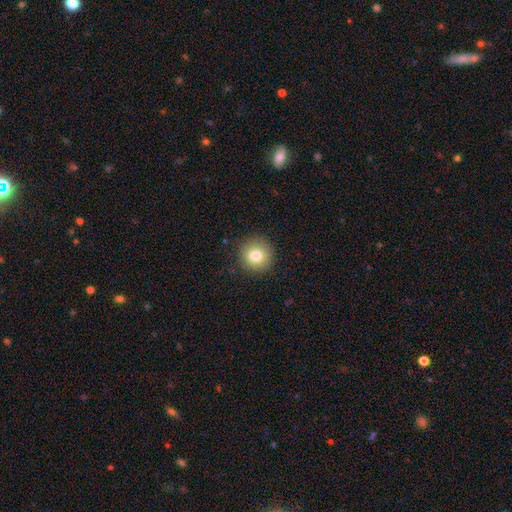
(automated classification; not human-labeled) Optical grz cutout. It shows a smooth galaxy with no disk features (81%) that is round (95%). Merging: none (90%).